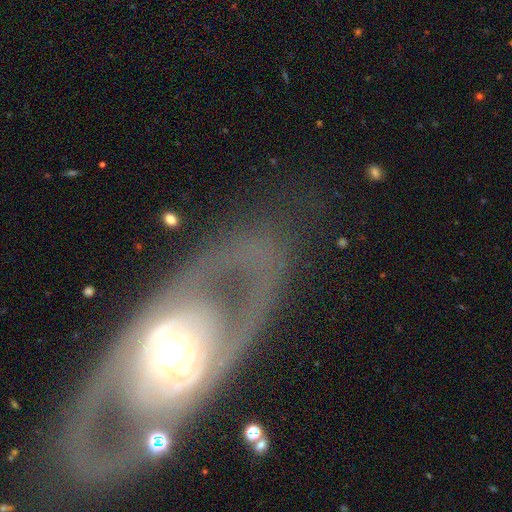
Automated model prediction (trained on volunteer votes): featured or disk 77%, smooth 16%, star or artifact 7%. Down the decision tree: edge-on disk — no (89%); bar — no (54%); spiral arms — yes (55%); bulge size — moderate (55%); merging — none (75%).